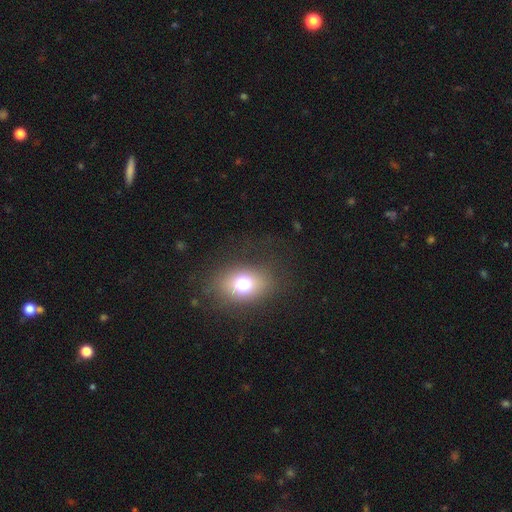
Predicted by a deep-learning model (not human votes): Smooth or featured?
  - smooth: 68% *
  - star or artifact: 21%
  - featured or disk: 12%
How rounded?
  - in between: 64% *
  - round: 34%
  - cigar-shaped: 2%
Merging?
  - none: 88% *
  - minor disturbance: 8%
  - major disturbance: 3%
  - merger: 1%